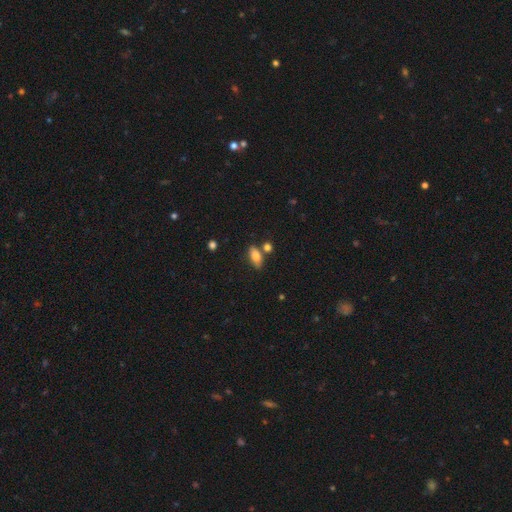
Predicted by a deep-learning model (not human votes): Overall: smooth (82%). How rounded: in between (83%). Merging: none (66%).